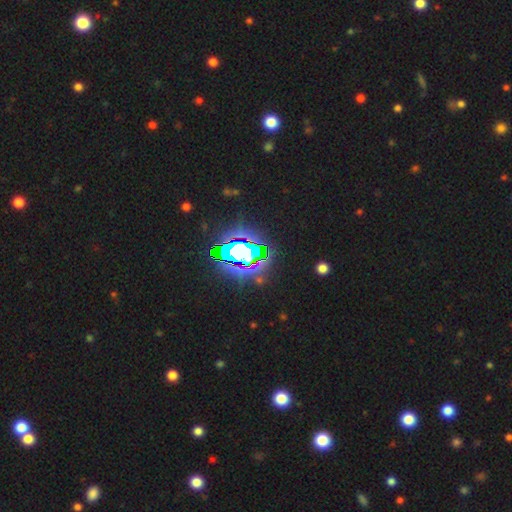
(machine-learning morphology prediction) This is likely a star or artifact rather than a galaxy (74%).